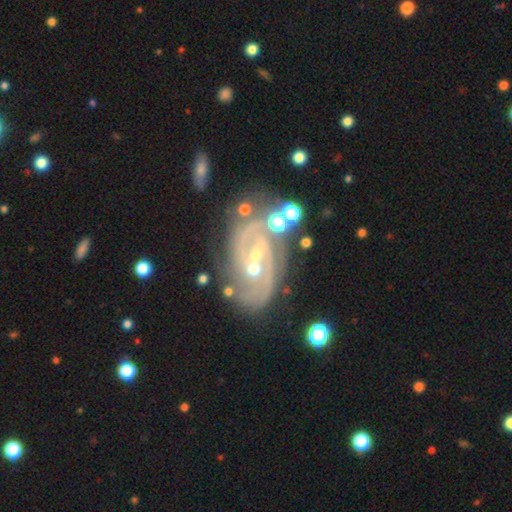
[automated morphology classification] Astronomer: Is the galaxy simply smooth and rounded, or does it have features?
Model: featured or disk — 88%.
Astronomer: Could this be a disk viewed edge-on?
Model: no — 96%.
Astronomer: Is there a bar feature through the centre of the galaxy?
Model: no — 43% (runner-up: weak, 38%).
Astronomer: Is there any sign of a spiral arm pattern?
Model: yes — 96%.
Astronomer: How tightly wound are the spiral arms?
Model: tight — 53% (runner-up: medium, 39%).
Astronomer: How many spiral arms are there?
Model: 2 — 58%.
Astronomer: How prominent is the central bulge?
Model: small — 67%.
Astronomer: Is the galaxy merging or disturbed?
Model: none — 64%.